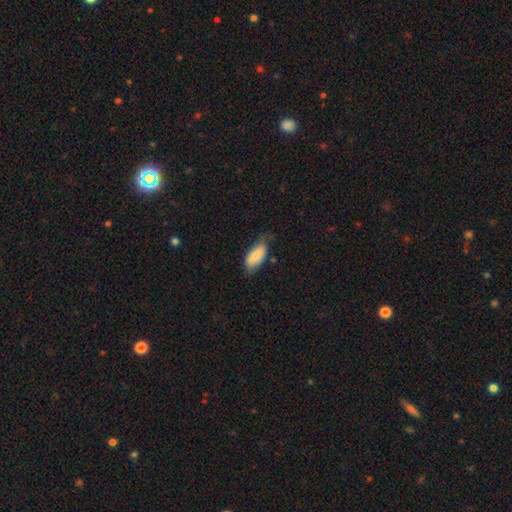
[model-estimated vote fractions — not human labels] Overall: smooth (79%). How rounded: in between (89%). Merging: none (60%; minor disturbance 32%).